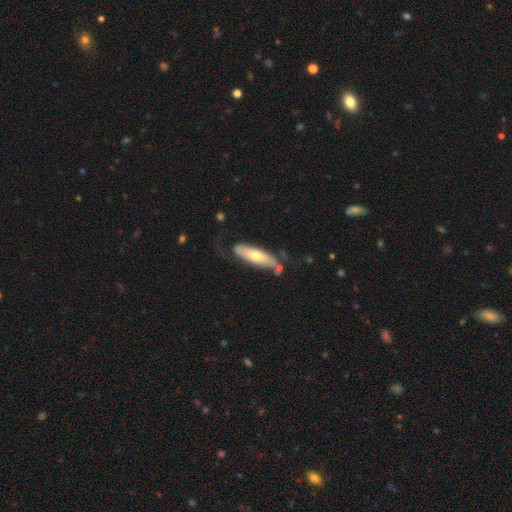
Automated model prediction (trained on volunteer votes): smooth 54%, featured or disk 41%, star or artifact 5%. Down the decision tree: how rounded — cigar-shaped (52%); merging — none (57%).